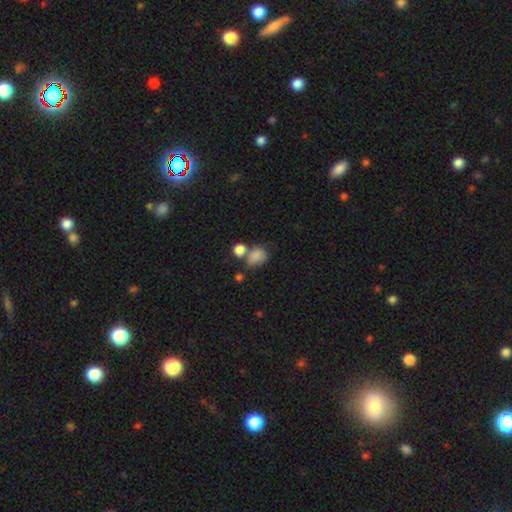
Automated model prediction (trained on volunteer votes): A smooth galaxy with no disk features (80%) that is in between round and cigar-shaped (53%).

Vote fractions:
- Smooth or featured? smooth: 80% / star or artifact: 11% / featured or disk: 10%
- How rounded? in between: 53% / round: 46% / cigar-shaped: 1%
- Merging? merger: 36% / none: 35% / minor disturbance: 18% / major disturbance: 10%